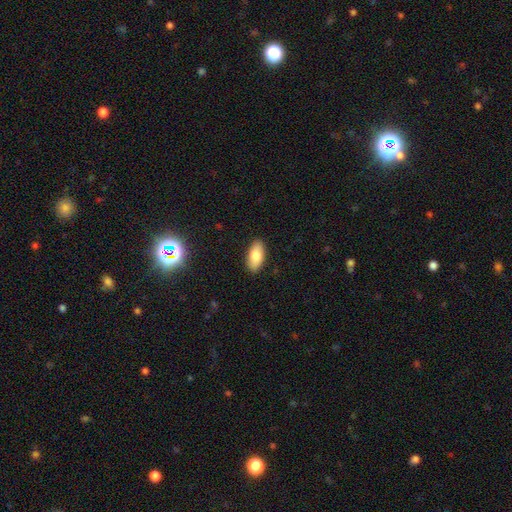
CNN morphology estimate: Smooth or featured? Predicted: smooth (p=0.81). How rounded? Predicted: in between (p=0.91). Merging? Predicted: none (p=0.89).